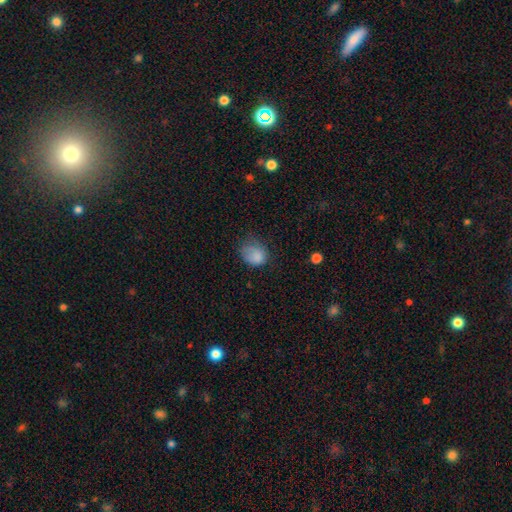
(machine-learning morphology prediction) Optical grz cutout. It shows a smooth galaxy with no disk features (82%) that is round (50%). Merging: none (42%).